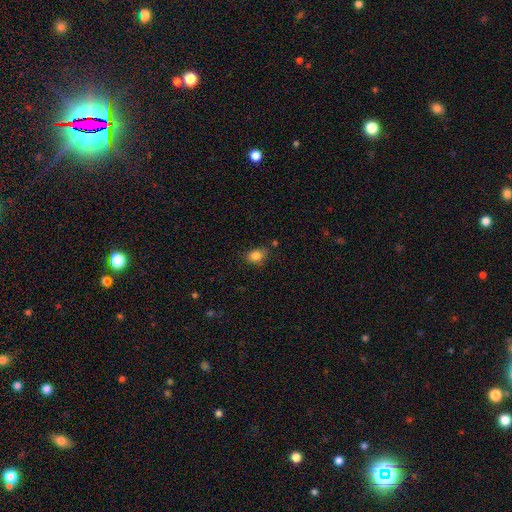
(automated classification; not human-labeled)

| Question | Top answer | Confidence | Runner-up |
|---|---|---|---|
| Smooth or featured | smooth | 84% | star or artifact (10%) |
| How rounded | in between | 65% | round (33%) |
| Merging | none | 72% | minor disturbance (20%) |